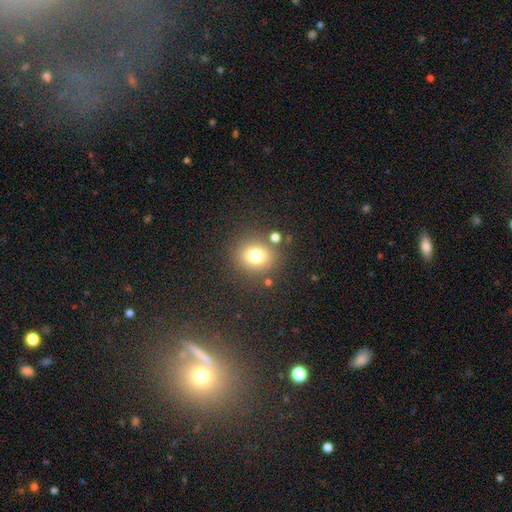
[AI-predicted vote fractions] Q: Smooth or featured?
A: smooth (75%); runner-up: star or artifact (15%)
Q: How rounded?
A: round (77%); runner-up: in between (22%)
Q: Merging?
A: none (80%); runner-up: minor disturbance (10%)